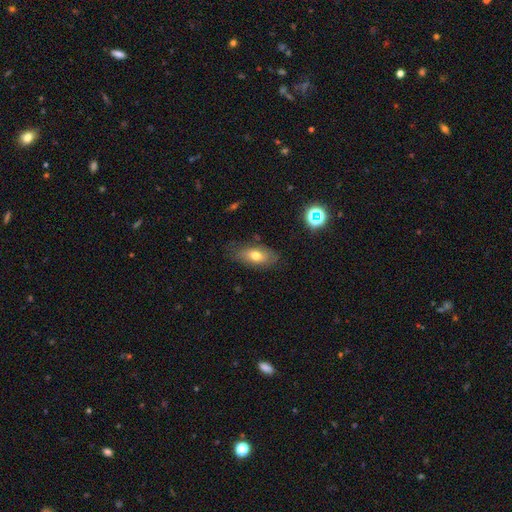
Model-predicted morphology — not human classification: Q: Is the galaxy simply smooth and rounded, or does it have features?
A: smooth — 67%.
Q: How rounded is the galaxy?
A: in between — 83%.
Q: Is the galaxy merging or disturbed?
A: none — 75%.